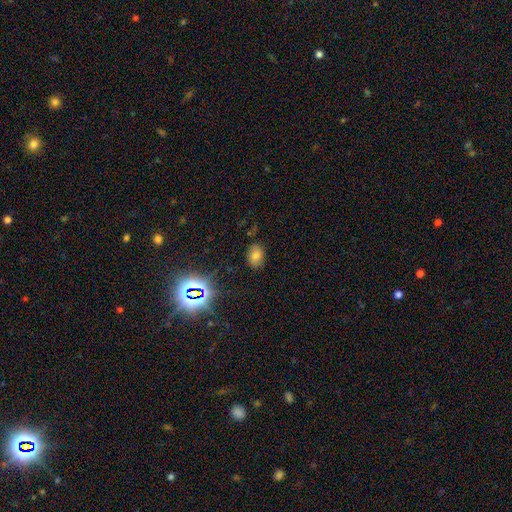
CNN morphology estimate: type=smooth (70%); roundness=in between (77%); merging=none (83%).